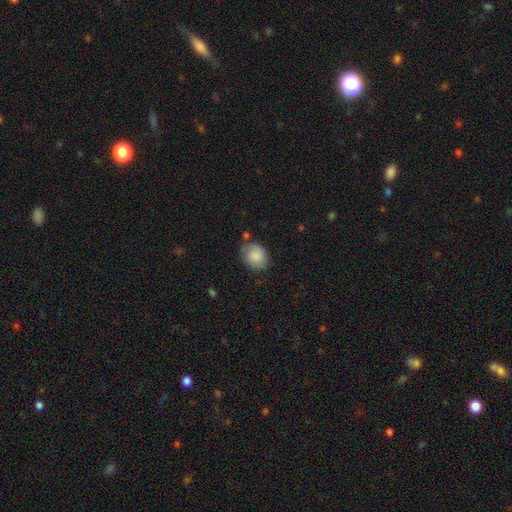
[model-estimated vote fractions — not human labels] This is clearly a smooth galaxy (83%). How rounded: possibly round (55%). Merging: likely none (67%).